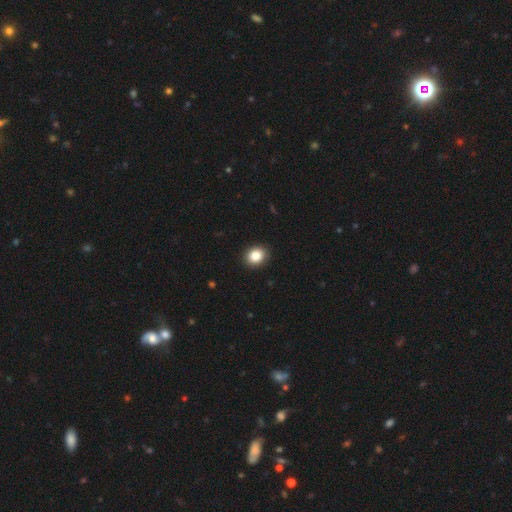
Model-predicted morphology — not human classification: A smooth galaxy with no disk features (85%) that is round (63%). Merging: none (91%).